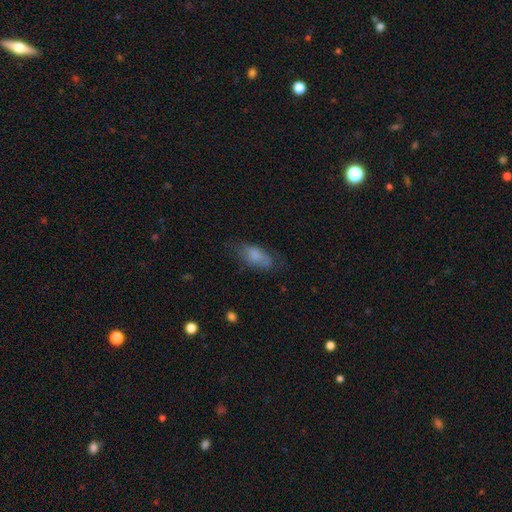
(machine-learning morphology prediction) smooth 71%, featured or disk 21%, star or artifact 9%. Down the decision tree: how rounded — in between (85%); merging — none (61%).